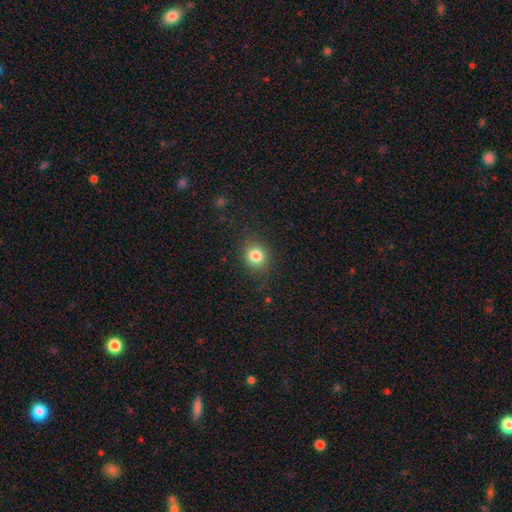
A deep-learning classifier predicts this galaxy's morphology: smooth-or-featured: smooth: 81% | star or artifact: 12% | featured or disk: 7%
  how-rounded: round: 77% | in between: 22% | cigar-shaped: 1%
  merging: none: 83% | minor disturbance: 12% | major disturbance: 4% | merger: 1%